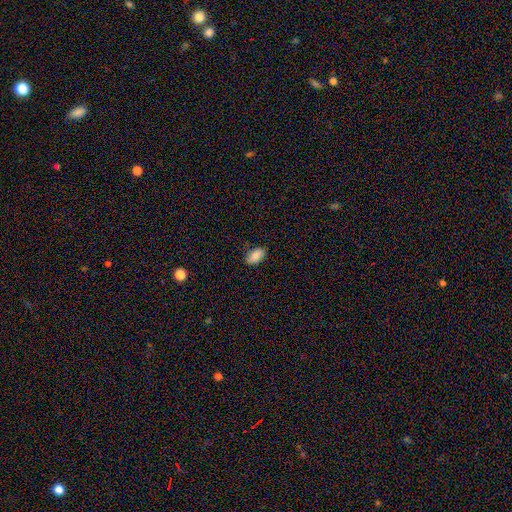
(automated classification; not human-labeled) Overall: smooth (88%). How rounded: in between (93%). Merging: none (84%).